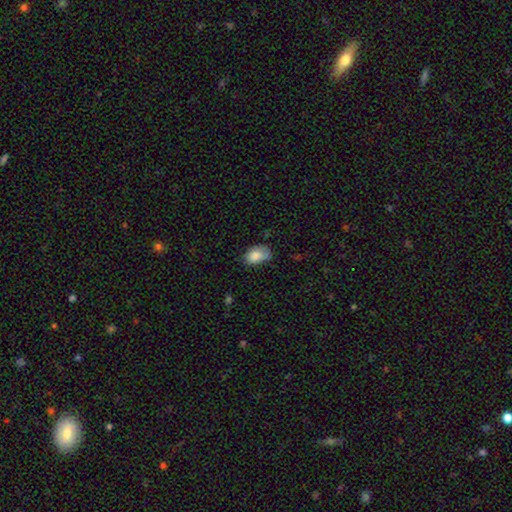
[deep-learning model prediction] Smooth or featured? Predicted: smooth (p=0.82). How rounded? Predicted: in between (p=0.86). Merging? Predicted: none (p=0.45).